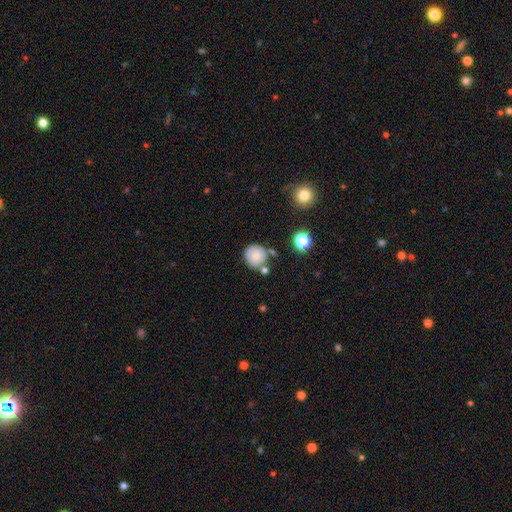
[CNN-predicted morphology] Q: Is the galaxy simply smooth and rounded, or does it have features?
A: smooth — 74%.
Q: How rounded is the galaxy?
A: round — 91%.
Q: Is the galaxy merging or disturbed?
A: none — 68%.